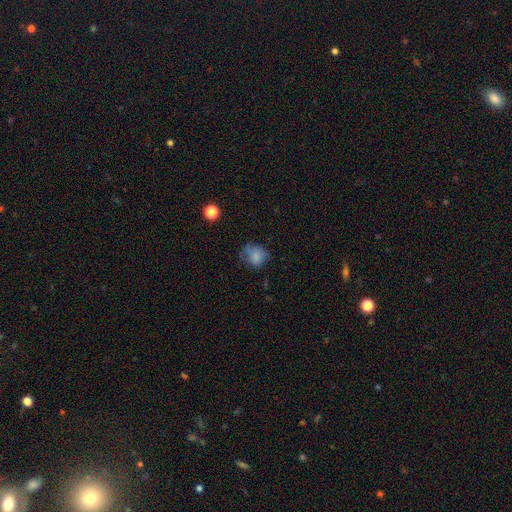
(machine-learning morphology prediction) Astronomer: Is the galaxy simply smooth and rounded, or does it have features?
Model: smooth — 74%.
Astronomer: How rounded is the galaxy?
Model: round — 60% (runner-up: in between, 39%).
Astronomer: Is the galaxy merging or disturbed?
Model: none — 48% (runner-up: minor disturbance, 30%).